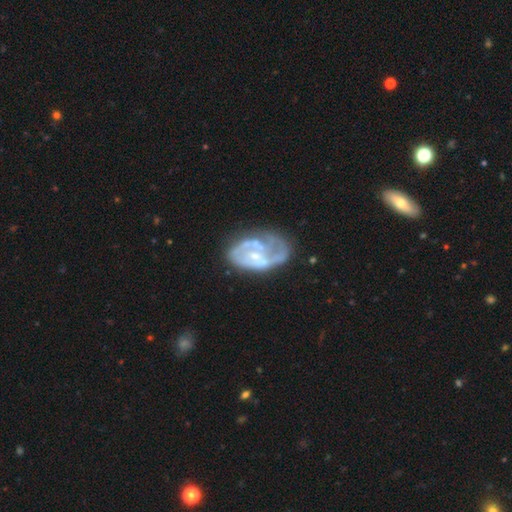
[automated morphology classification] type=featured or disk (77%); edge-on=no (98%); bar=no (64%); spiral arms=yes (70%); winding=medium (41%); arm count=2 (38%); bulge=small (57%); merging=none (38%).